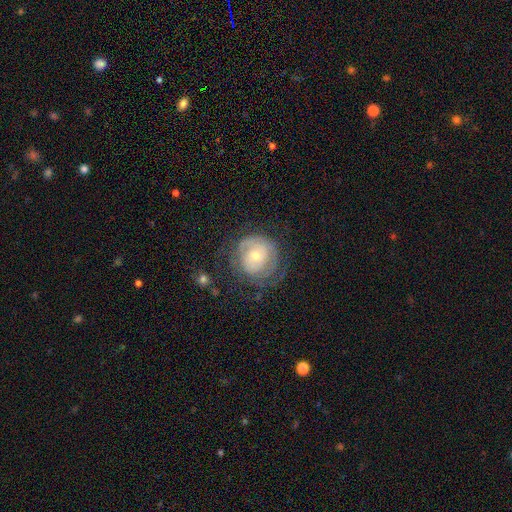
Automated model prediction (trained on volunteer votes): Smooth or featured? Predicted: featured or disk (p=0.68). Edge-on disk? Predicted: no (p=0.97). Bar? Predicted: no (p=0.77). Spiral arms? Predicted: yes (p=0.77). Spiral winding? Predicted: tight (p=0.69). Spiral arm count? Predicted: can't tell (p=0.48). Bulge size? Predicted: small (p=0.48). Merging? Predicted: none (p=0.62).